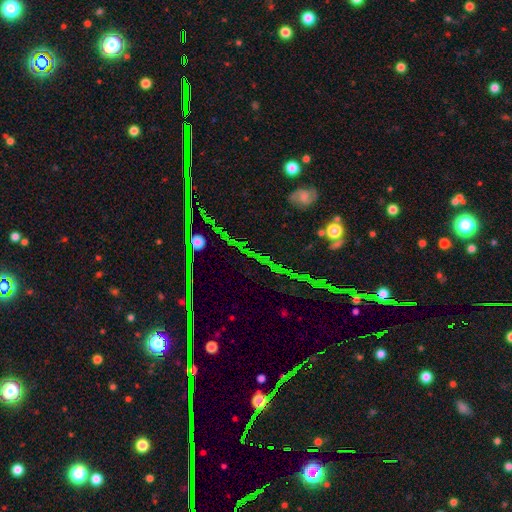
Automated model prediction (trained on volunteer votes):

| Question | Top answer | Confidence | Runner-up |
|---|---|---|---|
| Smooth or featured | star or artifact | 80% | smooth (11%) |